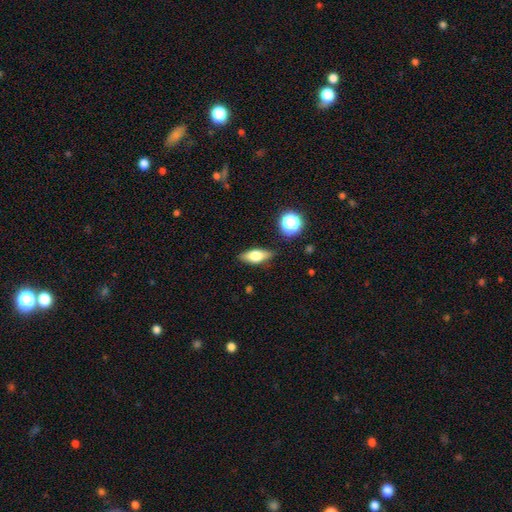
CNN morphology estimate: smooth 64%, featured or disk 27%, star or artifact 9%. Down the decision tree: how rounded — in between (72%); merging — none (84%).